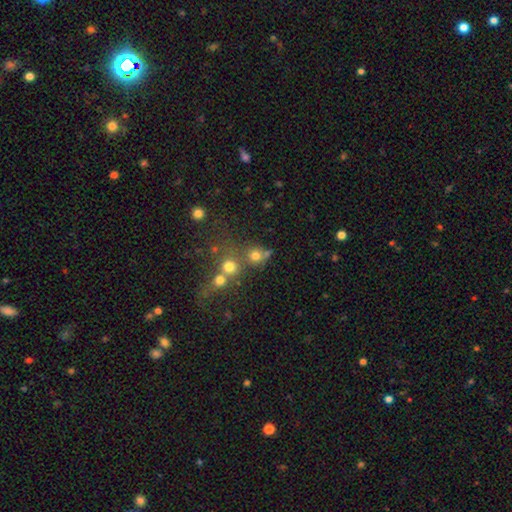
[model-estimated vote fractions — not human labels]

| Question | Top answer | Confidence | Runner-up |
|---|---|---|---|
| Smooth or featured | smooth | 72% | star or artifact (19%) |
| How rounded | round | 88% | in between (11%) |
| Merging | none | 56% | merger (30%) |